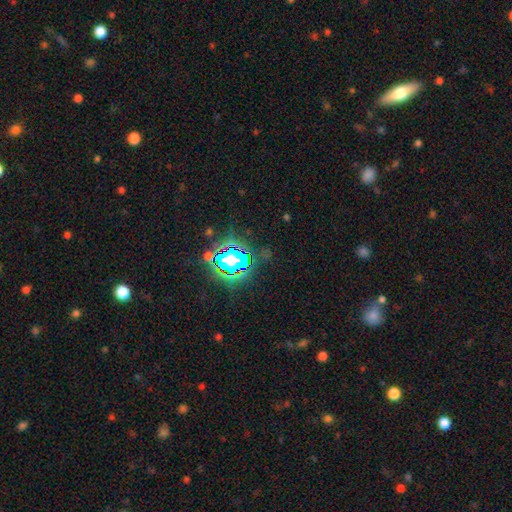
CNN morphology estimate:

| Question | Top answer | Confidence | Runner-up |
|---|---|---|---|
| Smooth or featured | star or artifact | 79% | smooth (13%) |